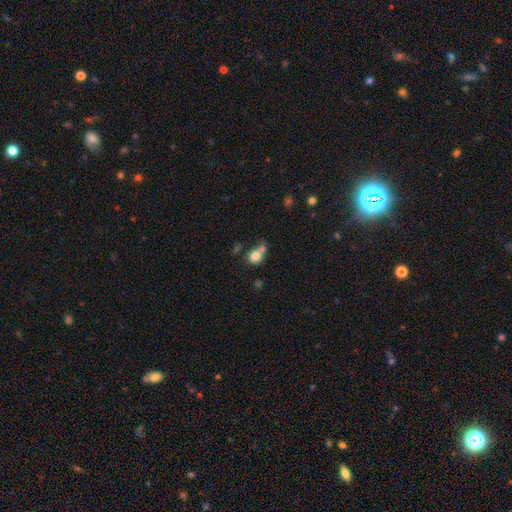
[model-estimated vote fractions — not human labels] Smooth or featured? smooth (78%)
How rounded? round (52%)
Merging? merger (42%)